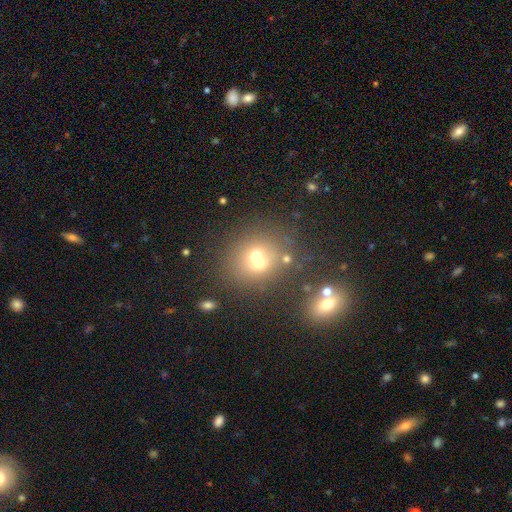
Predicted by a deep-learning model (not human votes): Smooth or featured: smooth — 57% (featured or disk — 23%)
How rounded: round — 75% (in between — 24%)
Merging: merger — 49% (none — 39%)